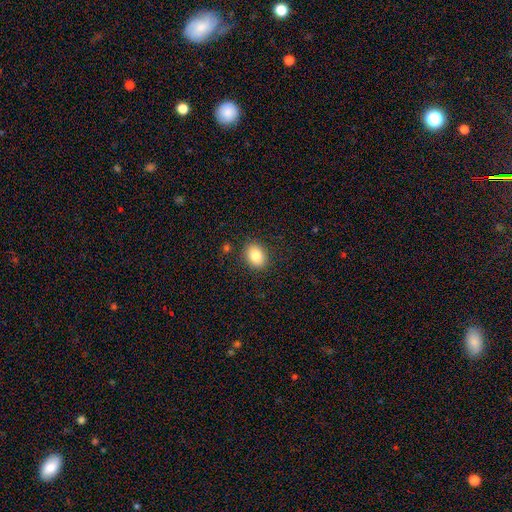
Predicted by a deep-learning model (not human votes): Q: Smooth or featured?
A: smooth (83%); runner-up: star or artifact (9%)
Q: How rounded?
A: in between (60%); runner-up: round (39%)
Q: Merging?
A: none (88%); runner-up: minor disturbance (8%)